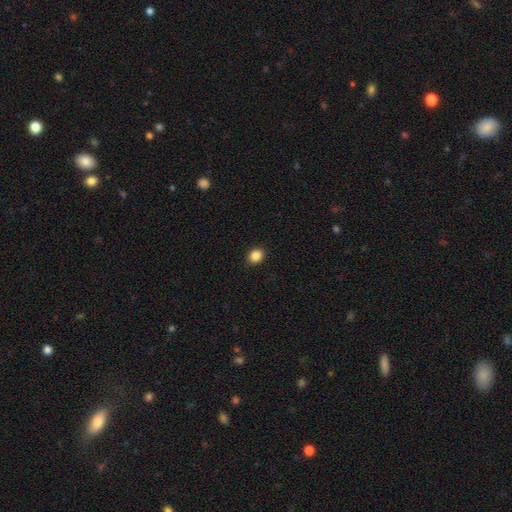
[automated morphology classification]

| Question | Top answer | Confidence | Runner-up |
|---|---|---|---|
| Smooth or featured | smooth | 87% | star or artifact (10%) |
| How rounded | round | 59% | in between (40%) |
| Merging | none | 91% | minor disturbance (6%) |